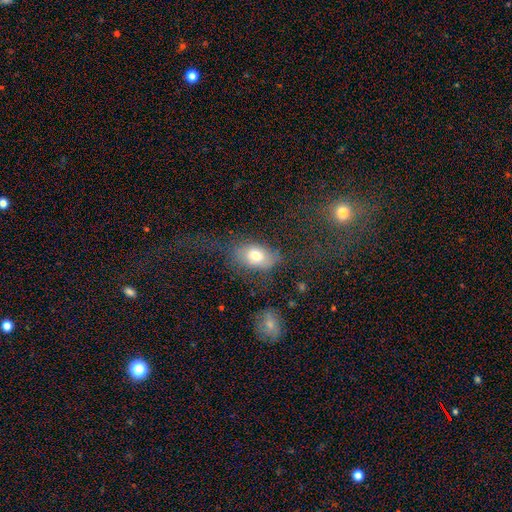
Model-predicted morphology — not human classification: Smooth or featured? smooth (73%)
How rounded? in between (84%)
Merging? none (51%)